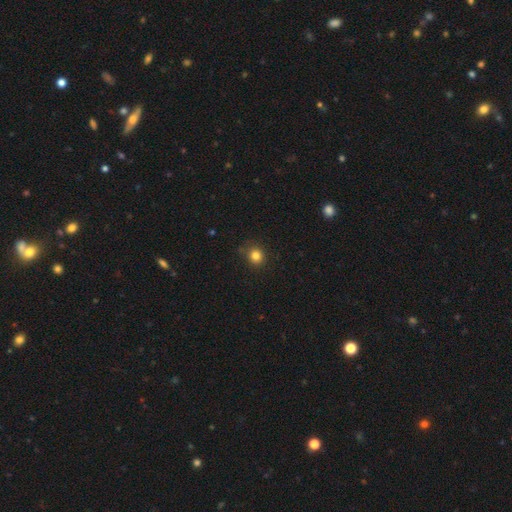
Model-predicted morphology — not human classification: A smooth galaxy with no disk features (82%) that is round (85%).

Vote fractions:
- Smooth or featured? smooth: 82% / star or artifact: 13% / featured or disk: 5%
- How rounded? round: 85% / in between: 14% / cigar-shaped: 1%
- Merging? none: 82% / minor disturbance: 13% / major disturbance: 3% / merger: 1%